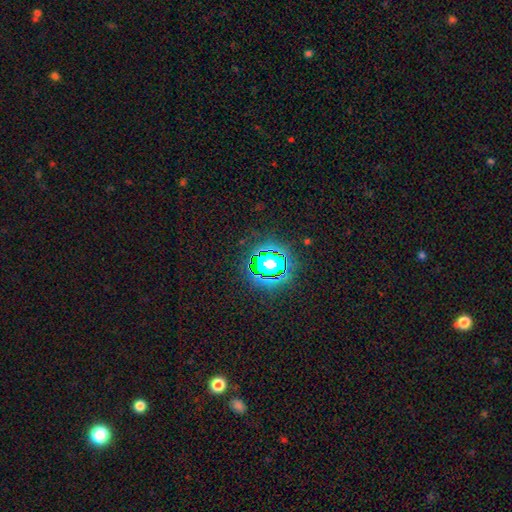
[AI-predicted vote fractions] Smooth or featured? Predicted: star or artifact (p=0.80).